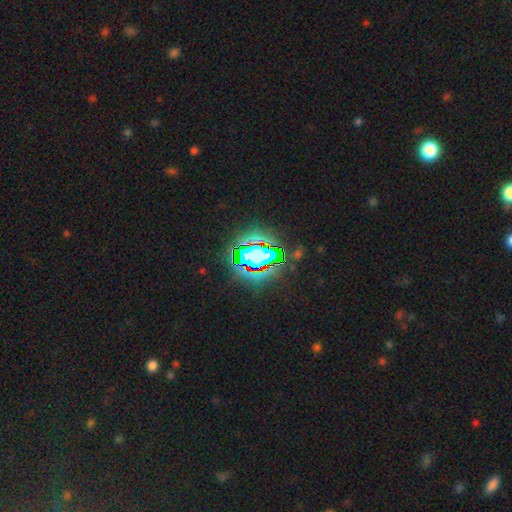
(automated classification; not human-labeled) This is likely a star or artifact rather than a galaxy (65%).